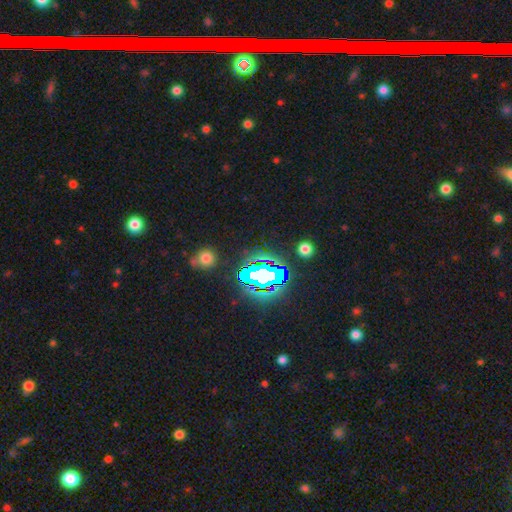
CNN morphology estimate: smooth_or_featured: star or artifact (p=0.79) [alt: smooth p=0.12]